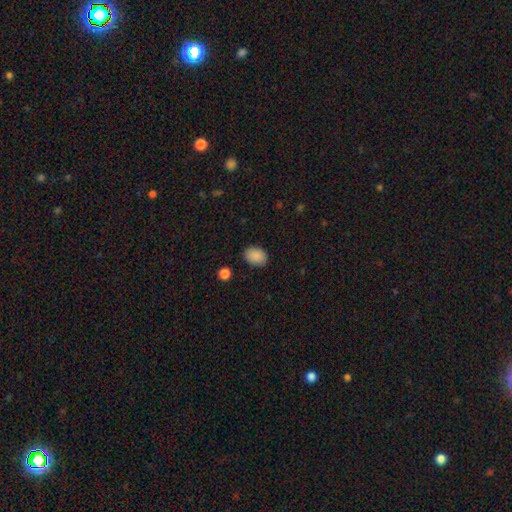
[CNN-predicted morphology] smooth_or_featured: smooth (p=0.89) [alt: star or artifact p=0.08]
how_rounded: in between (p=0.76) [alt: round p=0.23]
merging: none (p=0.86) [alt: minor disturbance p=0.10]